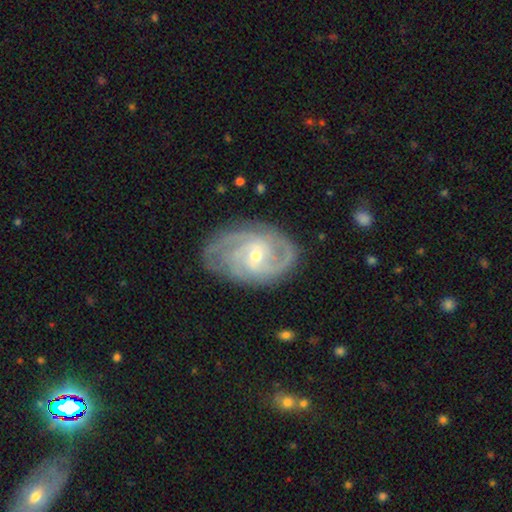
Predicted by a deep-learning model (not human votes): A featured or disk galaxy (88%) with no bar (48%), 3 (30%, tied with 2) tight (56%) spiral arms (97%) and a small central bulge (56%). Merging: none (75%).